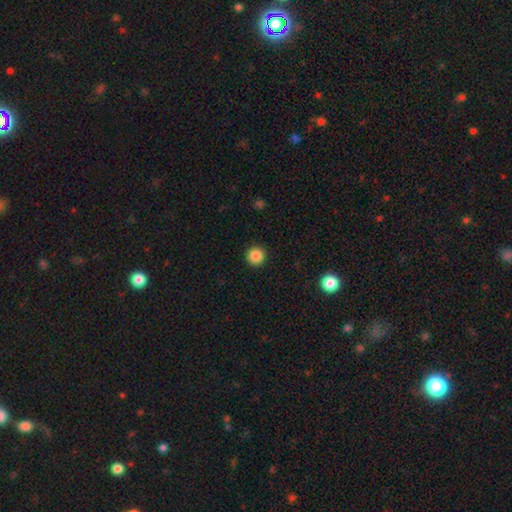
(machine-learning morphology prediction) The model was most divided on "smooth or featured": smooth: 87%, star or artifact: 10%, featured or disk: 3%. More confident: how rounded — round (96%); merging — none (93%).